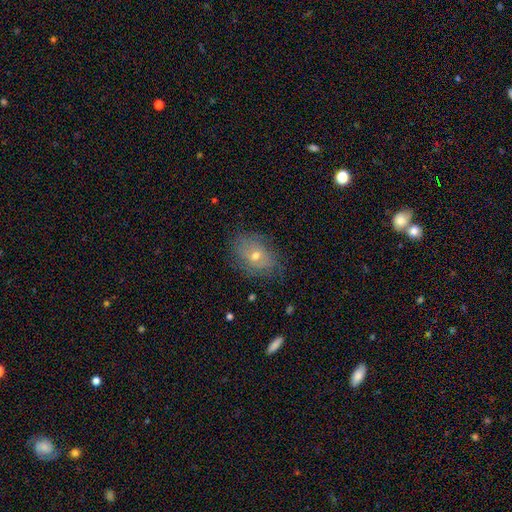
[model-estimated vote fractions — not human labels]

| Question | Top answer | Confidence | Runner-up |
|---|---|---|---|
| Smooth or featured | smooth | 46% | featured or disk (42%) |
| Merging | none | 74% | minor disturbance (18%) |